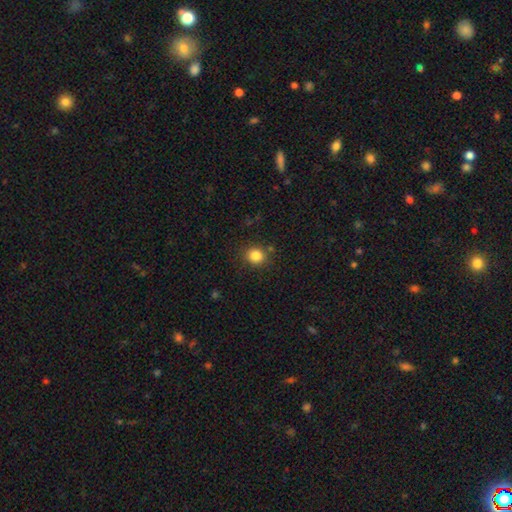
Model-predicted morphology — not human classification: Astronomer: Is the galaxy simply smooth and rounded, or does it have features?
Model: smooth — 84%.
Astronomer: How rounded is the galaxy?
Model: round — 82%.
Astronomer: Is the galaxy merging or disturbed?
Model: none — 85%.